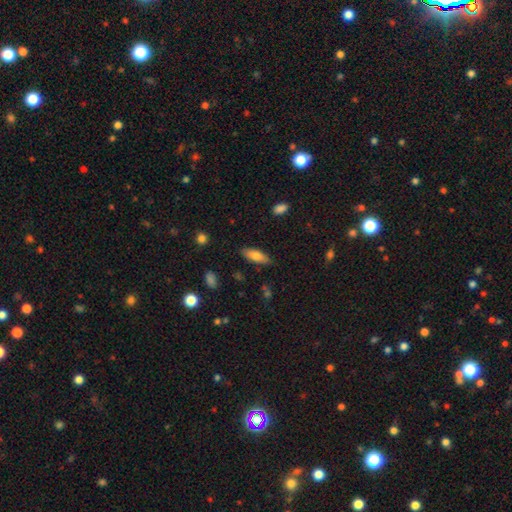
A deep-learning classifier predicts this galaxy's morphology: This is likely a smooth galaxy (77%). How rounded: likely in between (66%). Merging: clearly none (85%).